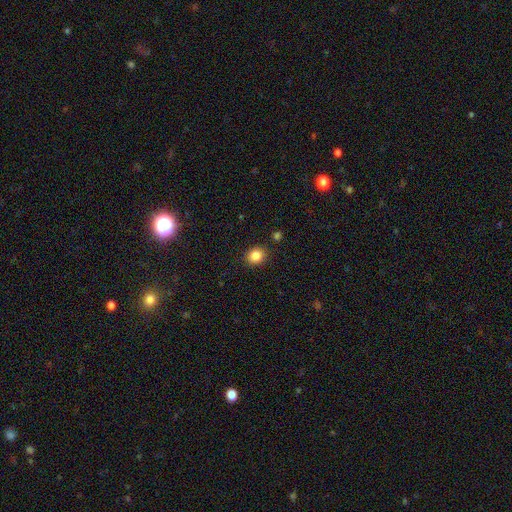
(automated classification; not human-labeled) A smooth galaxy with no disk features (85%) that is round (73%).

Vote fractions:
- Smooth or featured? smooth: 85% / star or artifact: 11% / featured or disk: 5%
- How rounded? round: 73% / in between: 26% / cigar-shaped: 1%
- Merging? none: 87% / minor disturbance: 8% / major disturbance: 2% / merger: 2%